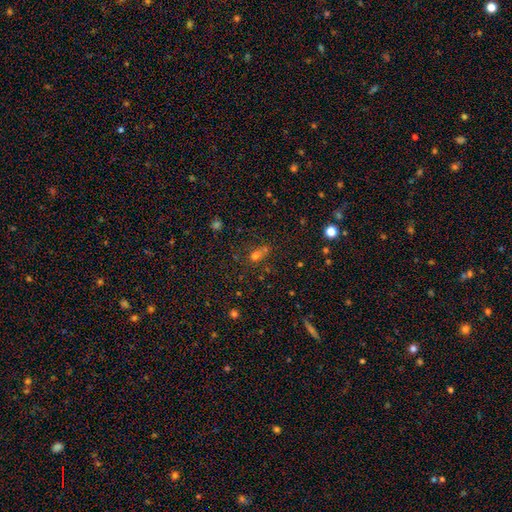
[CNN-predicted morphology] Smooth or featured? Predicted: smooth (p=0.61). How rounded? Predicted: round (p=0.50). Merging? Predicted: none (p=0.42).